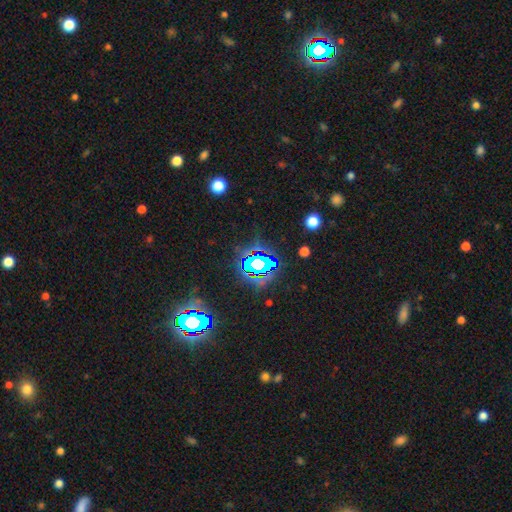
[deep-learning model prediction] star or artifact 74%, smooth 15%, featured or disk 10%.